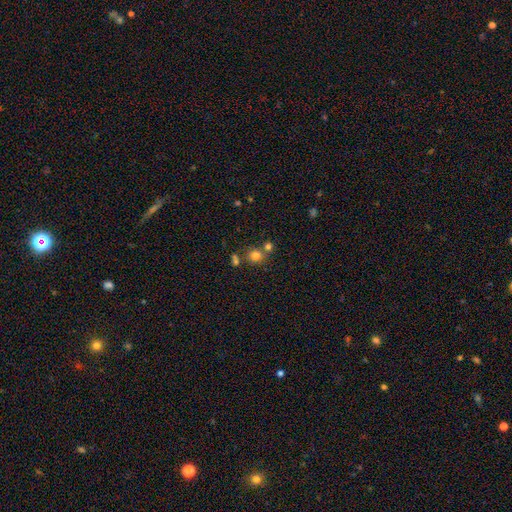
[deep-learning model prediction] A smooth galaxy with no disk features (76%) that is round (86%).

Vote fractions:
- Smooth or featured? smooth: 76% / star or artifact: 16% / featured or disk: 9%
- How rounded? round: 86% / in between: 13% / cigar-shaped: 1%
- Merging? none: 62% / merger: 26% / minor disturbance: 8% / major disturbance: 3%